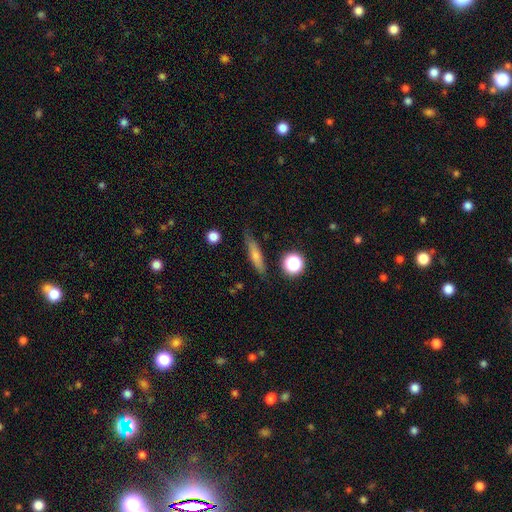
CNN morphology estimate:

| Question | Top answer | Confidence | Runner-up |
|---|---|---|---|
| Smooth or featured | smooth | 62% | featured or disk (29%) |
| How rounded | cigar-shaped | 77% | in between (17%) |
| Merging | none | 80% | minor disturbance (15%) |